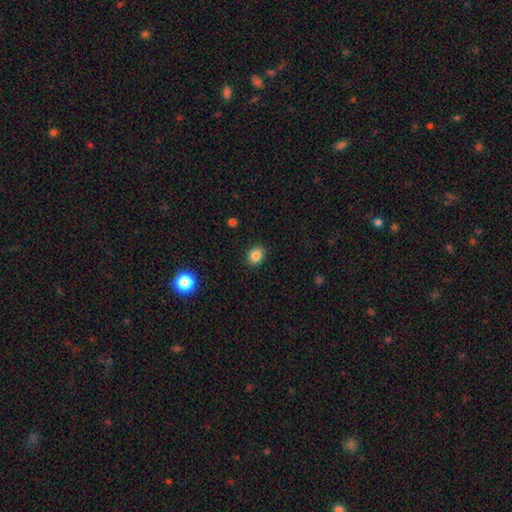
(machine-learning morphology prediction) Q: Smooth or featured?
A: smooth (84%); runner-up: star or artifact (10%)
Q: How rounded?
A: round (50%); runner-up: in between (49%)
Q: Merging?
A: none (88%); runner-up: minor disturbance (8%)